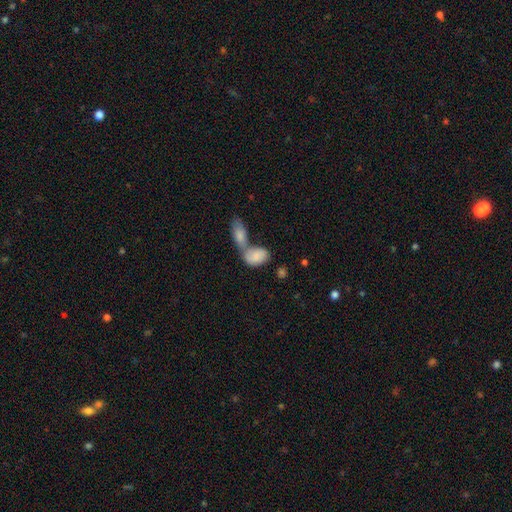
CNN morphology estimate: type=smooth (81%); roundness=in between (91%); merging=merger (68%).